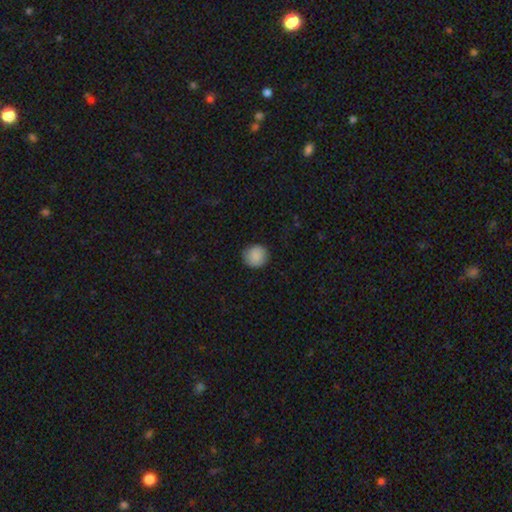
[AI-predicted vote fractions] Smooth or featured: smooth — 88% (star or artifact — 7%)
How rounded: round — 93% (in between — 6%)
Merging: none — 89% (minor disturbance — 8%)